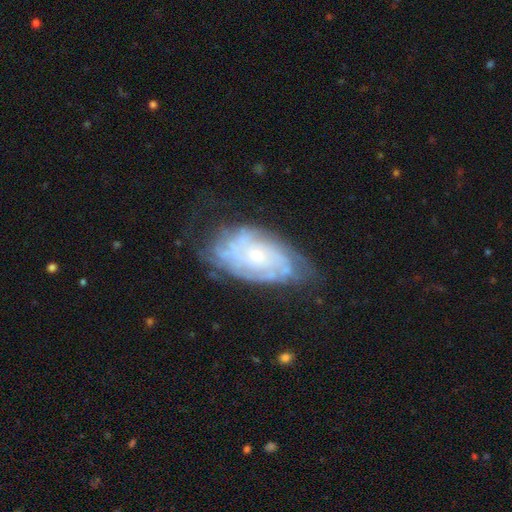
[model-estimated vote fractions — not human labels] The model was most divided on "merging": none: 61%, minor disturbance: 25%, major disturbance: 12%, merger: 2%. More confident: edge-on disk — no (94%); spiral arms — yes (89%); smooth or featured — featured or disk (79%); bar — no (78%); spiral winding — tight (71%); bulge size — small (68%); spiral arm count — can't tell (52%).